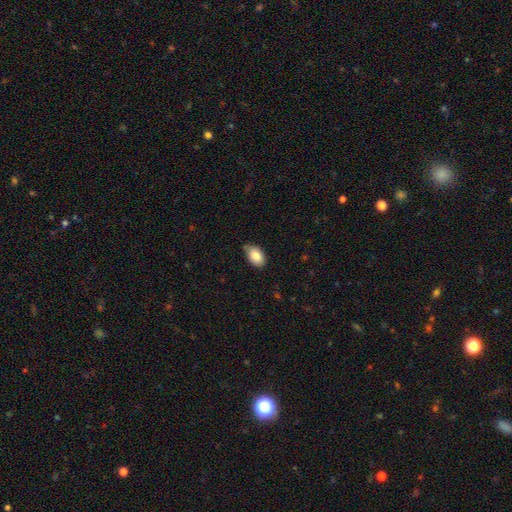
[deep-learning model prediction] smooth 85%, featured or disk 8%, star or artifact 7%. Down the decision tree: how rounded — in between (92%); merging — none (77%).